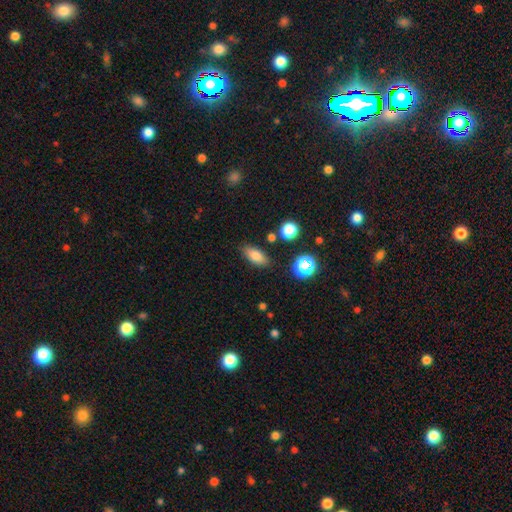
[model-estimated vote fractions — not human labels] Smooth or featured?
  - smooth: 79% *
  - star or artifact: 10%
  - featured or disk: 10%
How rounded?
  - in between: 83% *
  - cigar-shaped: 10%
  - round: 7%
Merging?
  - none: 83% *
  - minor disturbance: 11%
  - merger: 3%
  - major disturbance: 3%